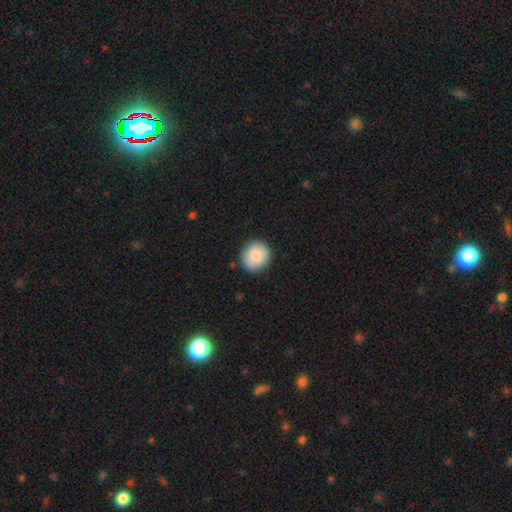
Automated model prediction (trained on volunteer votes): Smooth or featured? smooth (86%)
How rounded? round (83%)
Merging? none (89%)